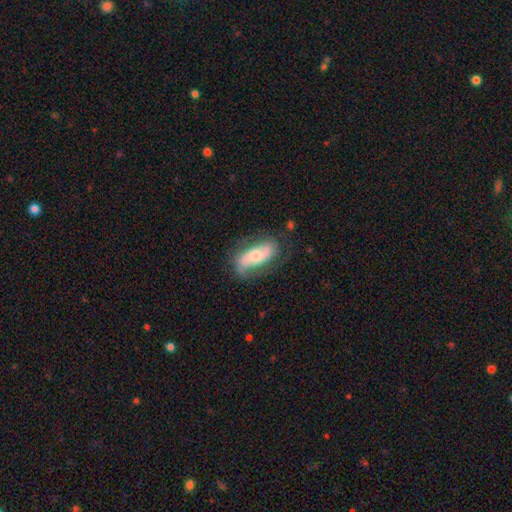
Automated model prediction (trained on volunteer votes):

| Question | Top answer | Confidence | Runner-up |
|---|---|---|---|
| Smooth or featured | featured or disk | 55% | smooth (38%) |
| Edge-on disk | no | 89% | yes (11%) |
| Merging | none | 65% | minor disturbance (22%) |